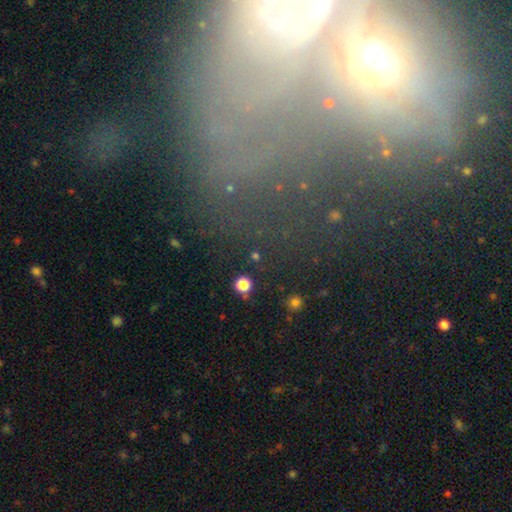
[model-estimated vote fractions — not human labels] Smooth or featured? Predicted: smooth (p=0.46). Merging? Predicted: none (p=0.84).